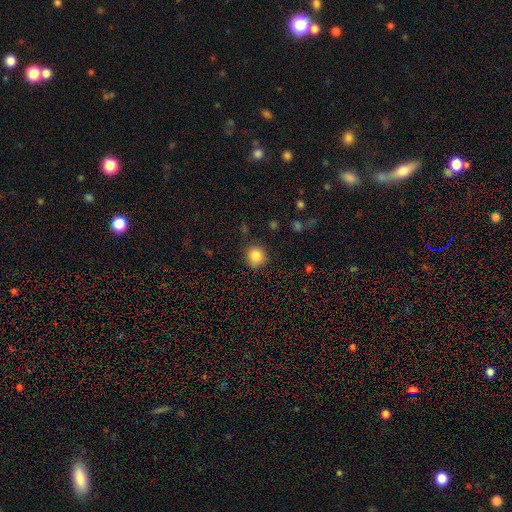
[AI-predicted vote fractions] This appears to be a smooth galaxy with no disk features (86%) that is round (90%). Merging: none (85%).